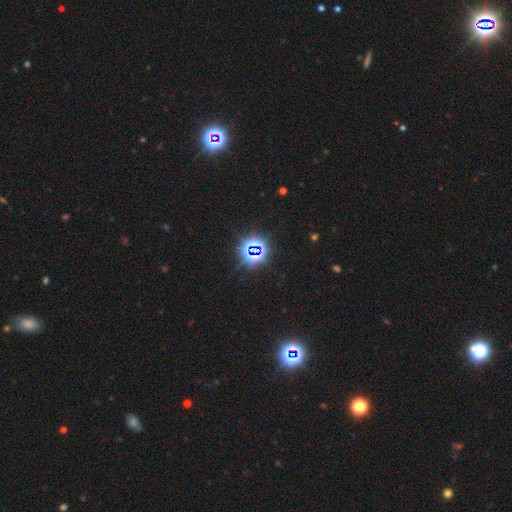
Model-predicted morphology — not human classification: A star or artifact, not a galaxy (78%).